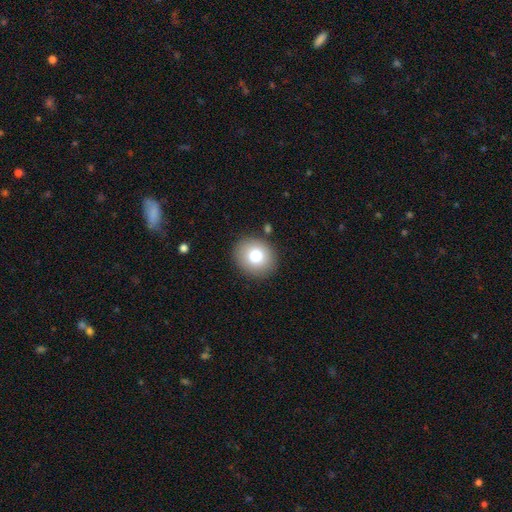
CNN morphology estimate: The model was most divided on "how rounded": round: 75%, in between: 24%, cigar-shaped: 1%. More confident: merging — none (88%); smooth or featured — smooth (76%).